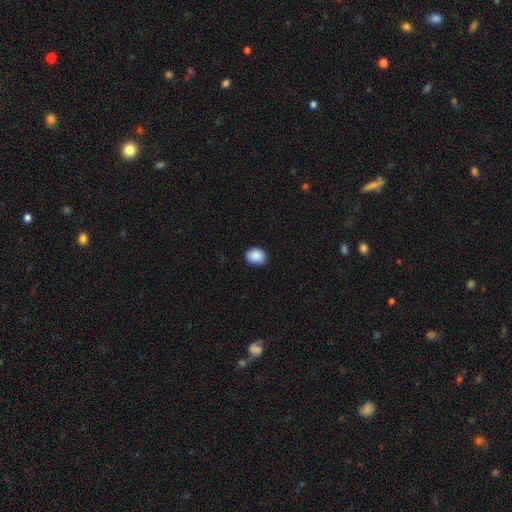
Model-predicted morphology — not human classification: smooth 89%, star or artifact 8%, featured or disk 3%. Down the decision tree: how rounded — round (53%); merging — none (82%).